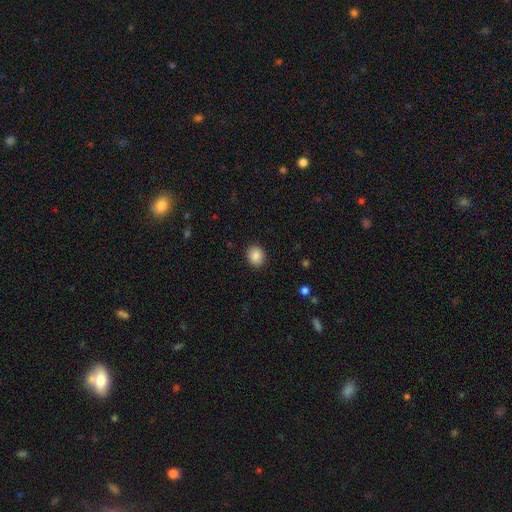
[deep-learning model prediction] Smooth or featured: smooth — 87% (star or artifact — 9%)
How rounded: round — 70% (in between — 29%)
Merging: none — 91% (minor disturbance — 6%)